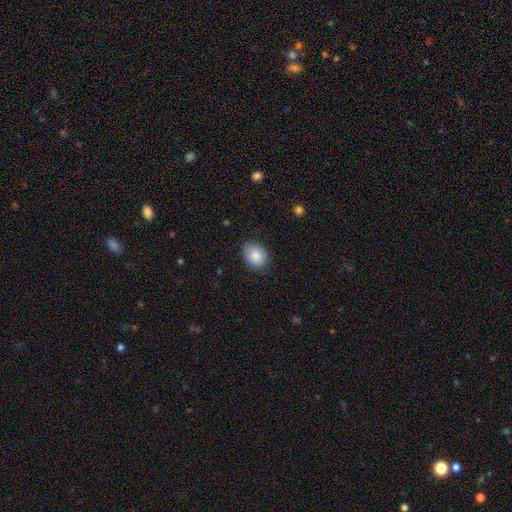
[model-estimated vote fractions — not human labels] This is clearly a smooth galaxy (85%). How rounded: likely in between (62%). Merging: likely none (77%).